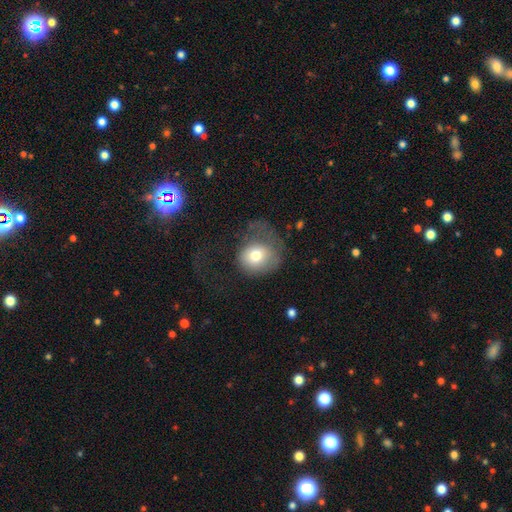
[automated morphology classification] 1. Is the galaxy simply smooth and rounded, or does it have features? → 71% smooth, 20% featured or disk, 9% star or artifact.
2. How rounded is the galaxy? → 74% round, 25% in between, 1% cigar-shaped.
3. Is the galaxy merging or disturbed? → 48% major disturbance, 28% none, 22% minor disturbance, 2% merger.